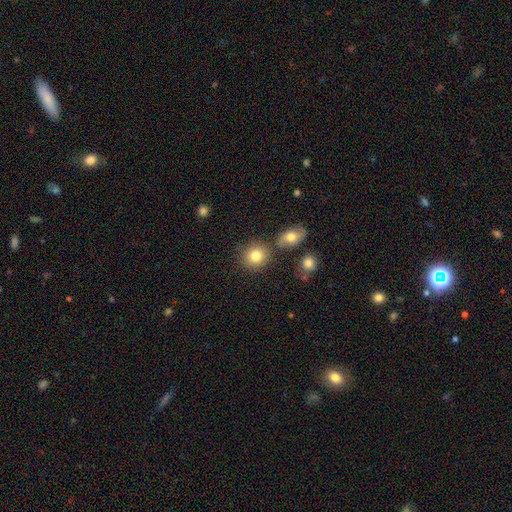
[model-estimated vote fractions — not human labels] The model was most divided on "how rounded": round: 79%, in between: 20%, cigar-shaped: 1%. More confident: smooth or featured — smooth (82%); merging — none (77%).